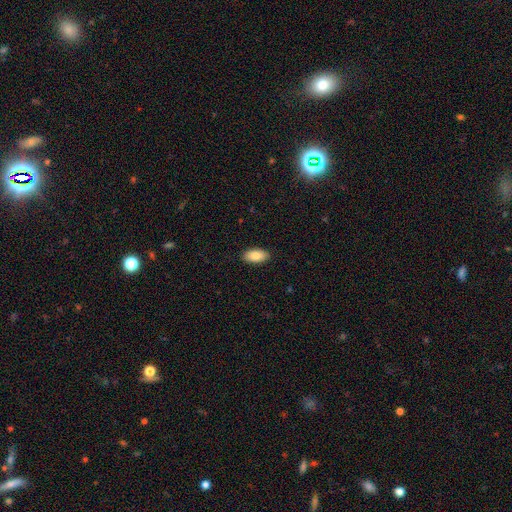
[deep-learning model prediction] smooth 85%, featured or disk 9%, star or artifact 6%. Down the decision tree: how rounded — in between (94%); merging — none (90%).